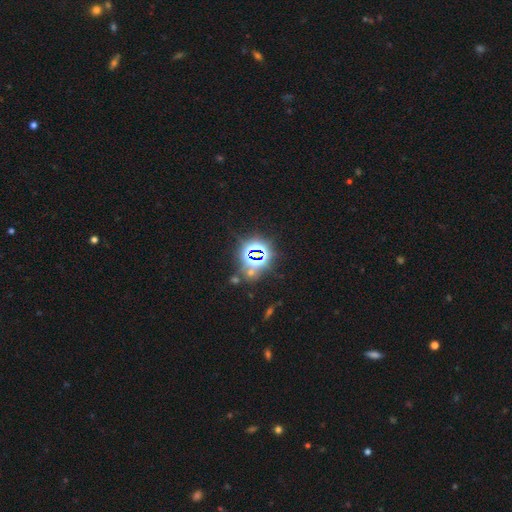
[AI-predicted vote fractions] This is likely a star or artifact rather than a galaxy (78%).